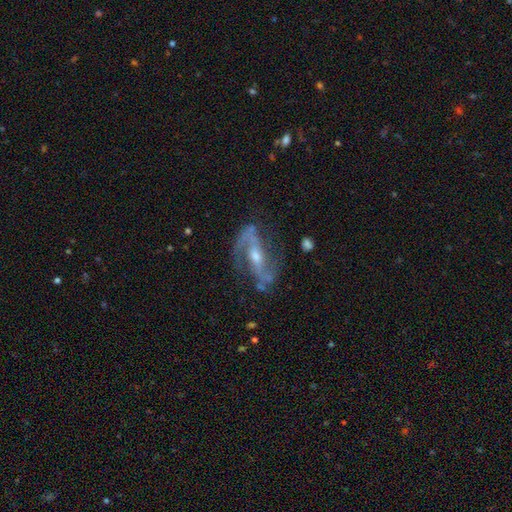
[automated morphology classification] A featured or disk galaxy (90%) with a strong bar (45%), 2 (91%) medium (45%) spiral arms (96%) and a moderate central bulge (56%).

Vote fractions:
- Smooth or featured? featured or disk: 90% / star or artifact: 6% / smooth: 5%
- Edge-on disk? no: 93% / yes: 7%
- Bar? strong: 45% / weak: 34% / no: 21%
- Spiral arms? yes: 96% / no: 4%
- Spiral winding? medium: 45% / loose: 40% / tight: 15%
- Spiral arm count? 2: 91% / can't tell: 3% / 1: 2% / 3: 2% / 4: 1% / more than 4: 1%
- Bulge size? moderate: 56% / small: 37% / large: 3% / none: 2% / dominant: 1%
- Merging? none: 70% / minor disturbance: 17% / major disturbance: 10% / merger: 2%